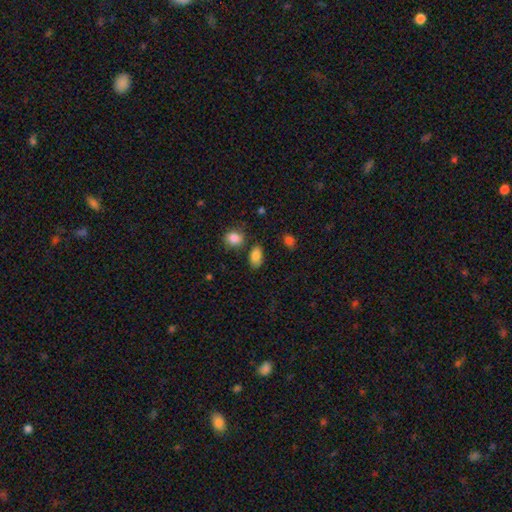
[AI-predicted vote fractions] smooth-or-featured: smooth: 85% | star or artifact: 9% | featured or disk: 6%
  how-rounded: in between: 84% | round: 14% | cigar-shaped: 2%
  merging: none: 76% | minor disturbance: 13% | merger: 8% | major disturbance: 3%